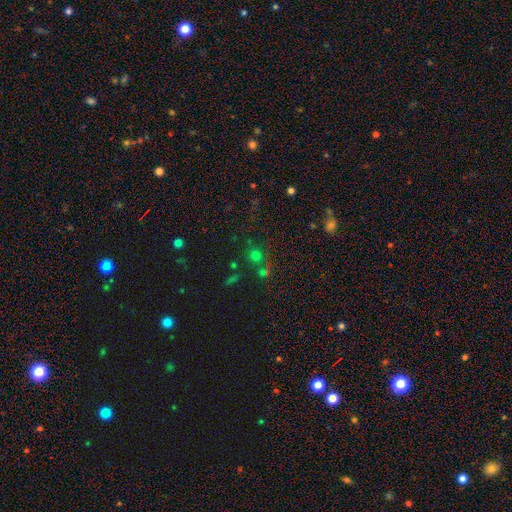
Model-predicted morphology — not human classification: This appears to be a smooth galaxy with no disk features (57%) that is round (88%). Merging: none (62%).